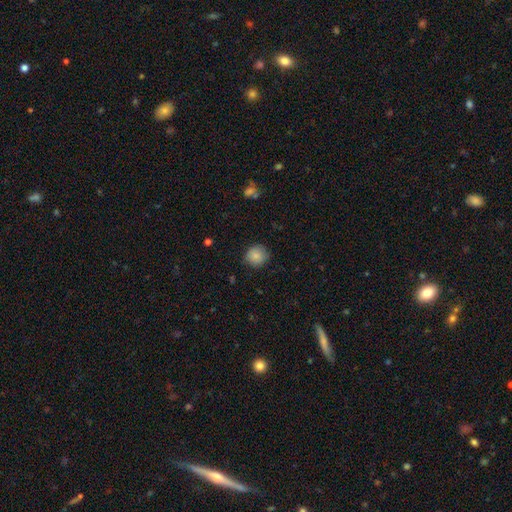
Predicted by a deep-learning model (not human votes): Smooth or featured?
  - smooth: 85% *
  - star or artifact: 9%
  - featured or disk: 7%
How rounded?
  - round: 89% *
  - in between: 10%
  - cigar-shaped: 1%
Merging?
  - none: 83% *
  - minor disturbance: 13%
  - major disturbance: 3%
  - merger: 1%